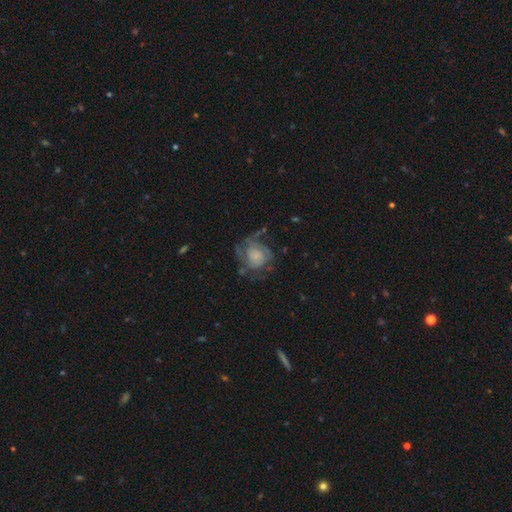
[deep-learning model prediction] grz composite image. It shows a featured or disk galaxy (58%) with no bar (82%), spiral arms (74%) and no central bulge (30%). Merging: none (48%).